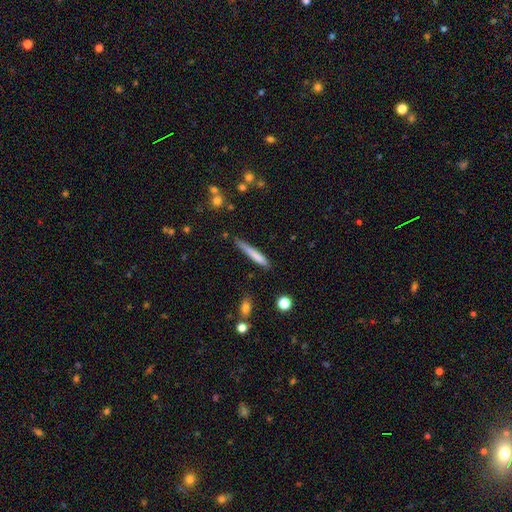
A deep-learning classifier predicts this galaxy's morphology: A smooth galaxy with no disk features (72%) that is cigar-shaped (95%). Merging: none (72%).